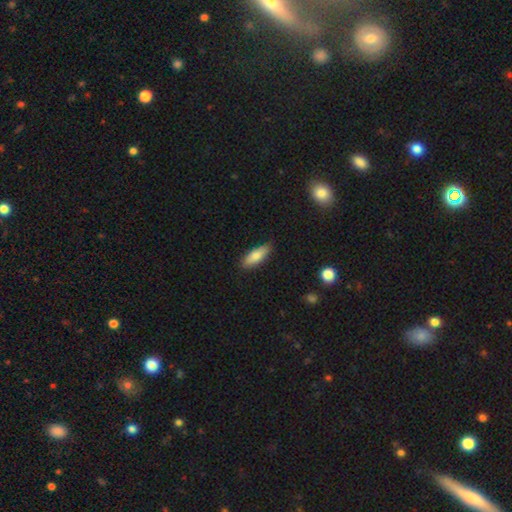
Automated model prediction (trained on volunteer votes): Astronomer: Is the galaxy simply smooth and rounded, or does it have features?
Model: smooth — 77%.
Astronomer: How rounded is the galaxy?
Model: in between — 63%.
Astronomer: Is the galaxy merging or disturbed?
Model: none — 83%.